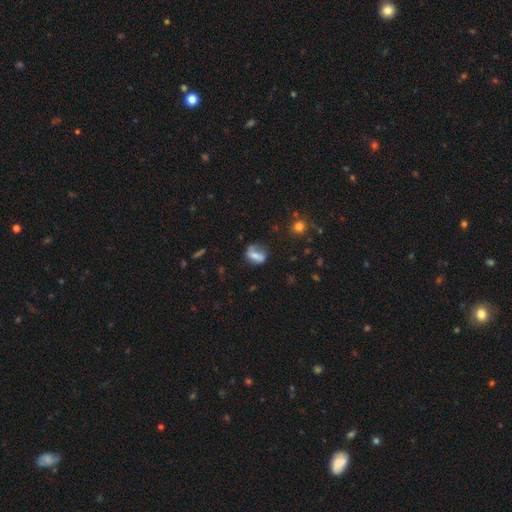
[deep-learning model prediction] This appears to be a smooth galaxy with no disk features (58%) that is in between round and cigar-shaped (65%). Merging: none (47%).